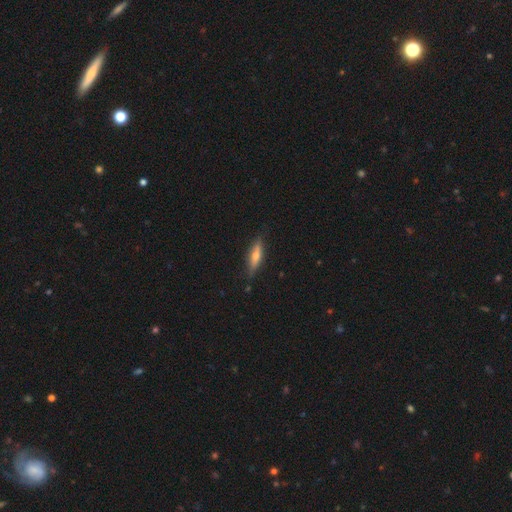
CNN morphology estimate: Smooth or featured: featured or disk — 55% (smooth — 38%)
Edge-on disk: yes — 91% (no — 9%)
Edge-on bulge: rounded — 89% (none — 6%)
Merging: none — 83% (minor disturbance — 13%)